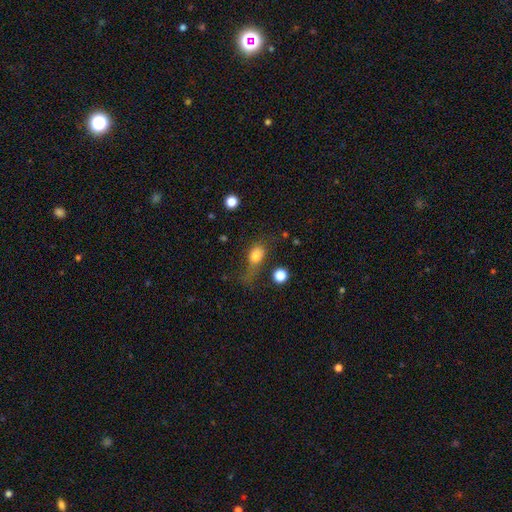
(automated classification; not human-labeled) A smooth galaxy with no disk features (78%) that is in between round and cigar-shaped (71%). Merging: none (36%).